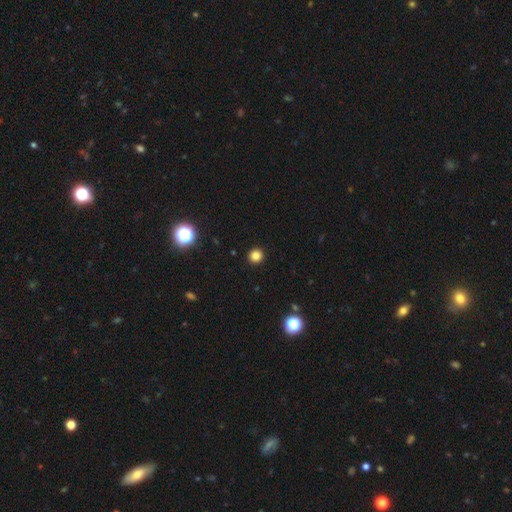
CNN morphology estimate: Smooth or featured? Predicted: smooth (p=0.83). How rounded? Predicted: round (p=0.92). Merging? Predicted: none (p=0.93).